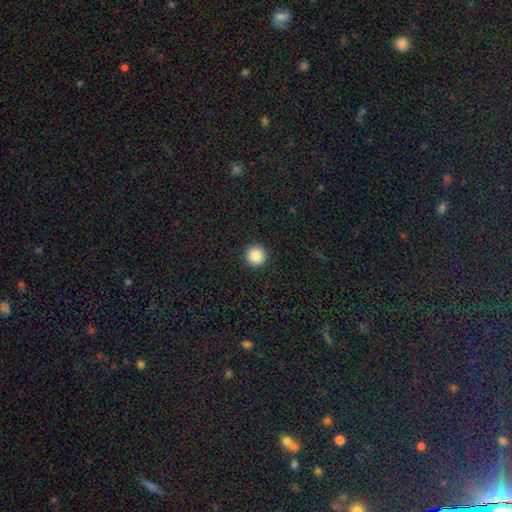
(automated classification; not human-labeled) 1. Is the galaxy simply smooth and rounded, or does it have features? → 87% smooth, 10% star or artifact, 3% featured or disk.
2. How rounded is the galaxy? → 96% round, 3% in between, 1% cigar-shaped.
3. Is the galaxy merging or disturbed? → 93% none, 4% minor disturbance, 2% major disturbance, 1% merger.